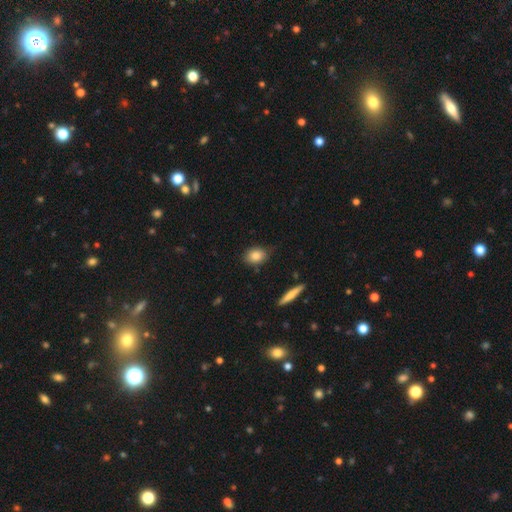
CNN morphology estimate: The model was most divided on "how rounded": in between: 65%, round: 32%, cigar-shaped: 3%. More confident: smooth or featured — smooth (84%); merging — none (75%).